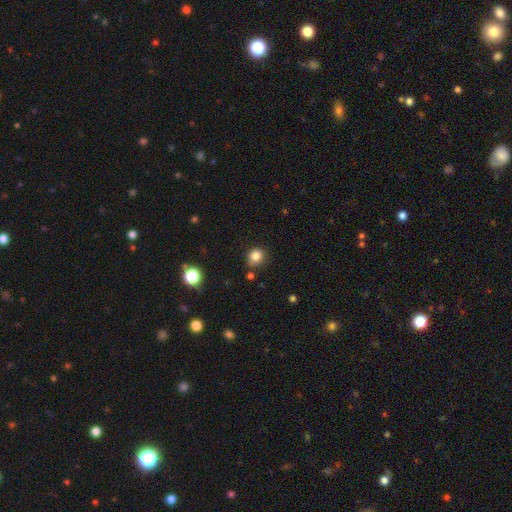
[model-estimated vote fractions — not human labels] smooth 84%, star or artifact 12%, featured or disk 4%. Down the decision tree: how rounded — round (80%); merging — none (77%).